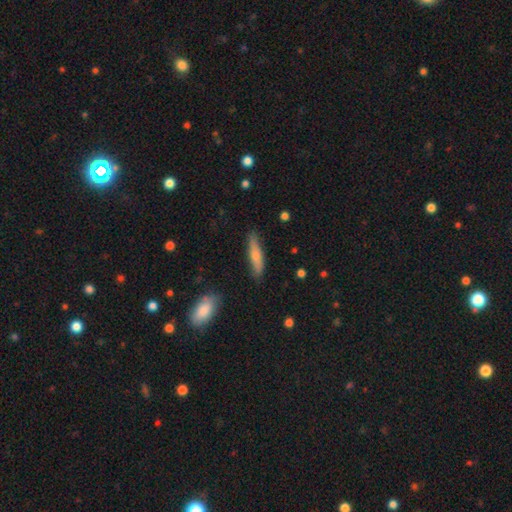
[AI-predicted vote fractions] Smooth or featured?
  - smooth: 66% *
  - featured or disk: 28%
  - star or artifact: 6%
How rounded?
  - cigar-shaped: 79% *
  - in between: 19%
  - round: 2%
Merging?
  - none: 83% *
  - minor disturbance: 13%
  - major disturbance: 3%
  - merger: 2%